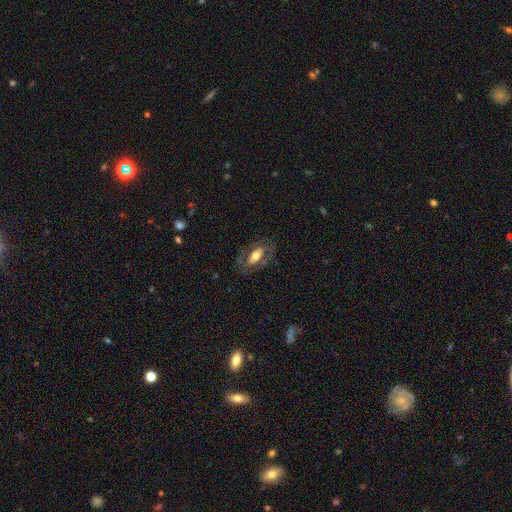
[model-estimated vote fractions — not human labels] This appears to be a featured or disk galaxy (51%). Merging: none (73%).